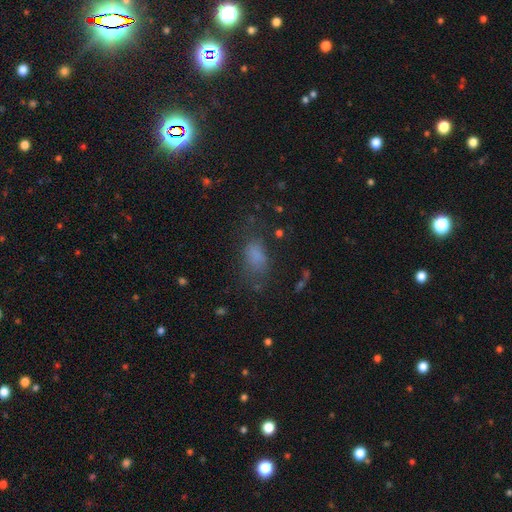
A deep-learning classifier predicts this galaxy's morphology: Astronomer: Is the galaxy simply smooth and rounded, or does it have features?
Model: smooth — 74%.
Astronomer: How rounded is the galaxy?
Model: in between — 84%.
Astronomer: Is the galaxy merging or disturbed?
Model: none — 55%.